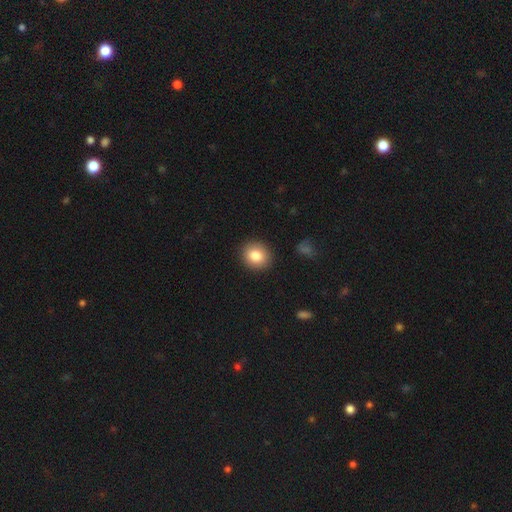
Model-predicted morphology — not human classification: type=smooth (83%); roundness=round (79%); merging=none (90%).